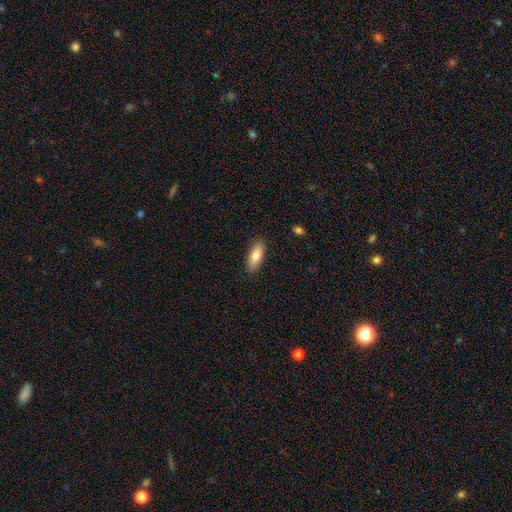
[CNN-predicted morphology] Q: Smooth or featured?
A: smooth (81%); runner-up: featured or disk (12%)
Q: How rounded?
A: in between (76%); runner-up: cigar-shaped (22%)
Q: Merging?
A: none (88%); runner-up: minor disturbance (9%)